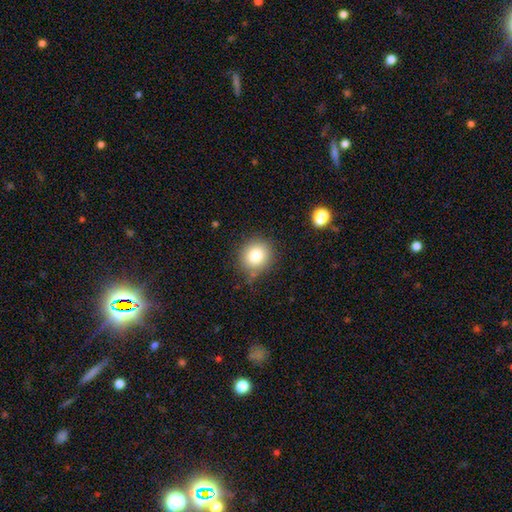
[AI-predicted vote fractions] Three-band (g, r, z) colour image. It shows a smooth galaxy with no disk features (81%) that is round (86%). Merging: none (79%).